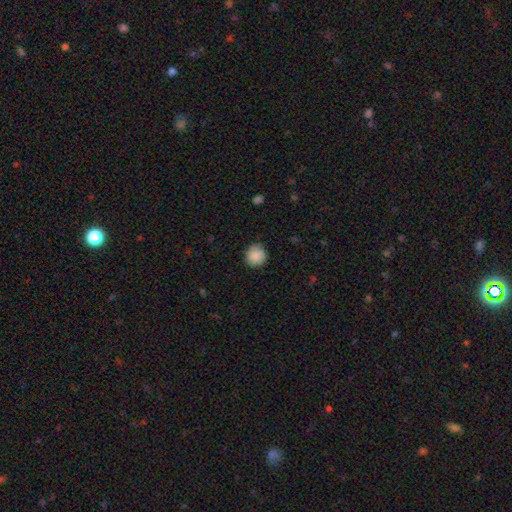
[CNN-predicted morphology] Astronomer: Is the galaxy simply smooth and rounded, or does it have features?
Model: smooth — 87%.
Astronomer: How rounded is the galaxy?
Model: round — 89%.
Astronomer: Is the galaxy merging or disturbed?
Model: none — 81%.